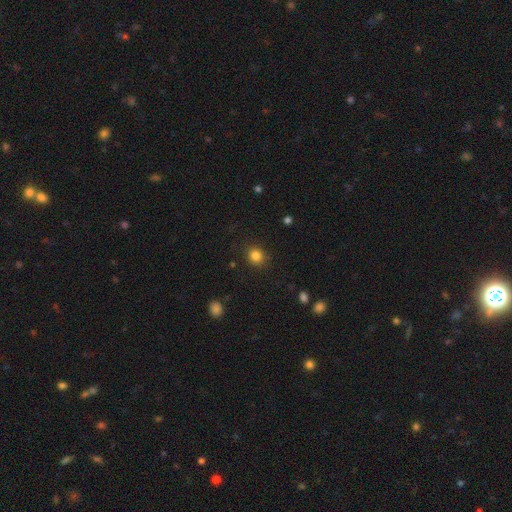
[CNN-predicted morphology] smooth 84%, star or artifact 12%, featured or disk 4%. Down the decision tree: how rounded — round (82%); merging — none (89%).